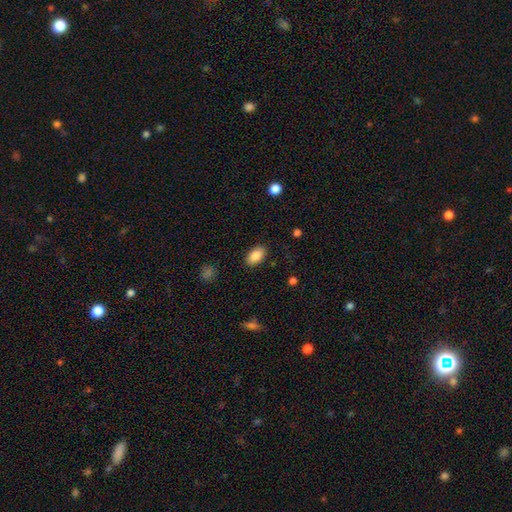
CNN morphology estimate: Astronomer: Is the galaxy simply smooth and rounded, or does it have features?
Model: smooth — 88%.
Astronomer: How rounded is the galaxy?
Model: in between — 93%.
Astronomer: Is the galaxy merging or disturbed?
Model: none — 87%.